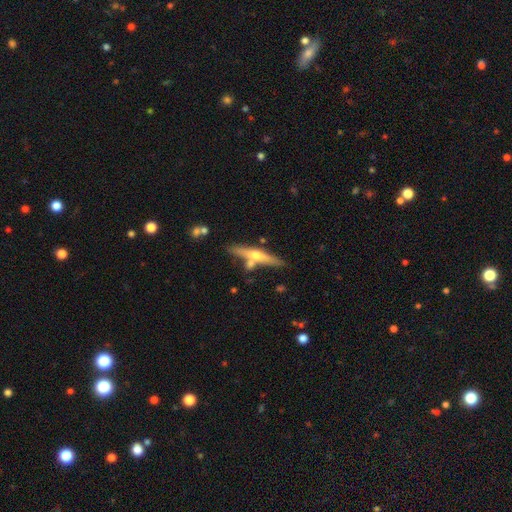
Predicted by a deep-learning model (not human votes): Overall: featured or disk (62%; smooth 32%). Edge-on disk: yes (94%). Edge-on bulge: rounded (91%). Merging: none (71%).